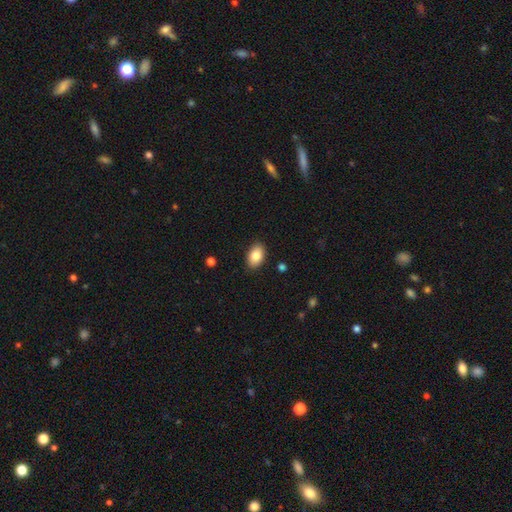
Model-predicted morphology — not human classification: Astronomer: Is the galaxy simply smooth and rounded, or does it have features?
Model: smooth — 85%.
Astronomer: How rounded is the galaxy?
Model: in between — 90%.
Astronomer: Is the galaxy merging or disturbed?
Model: none — 87%.